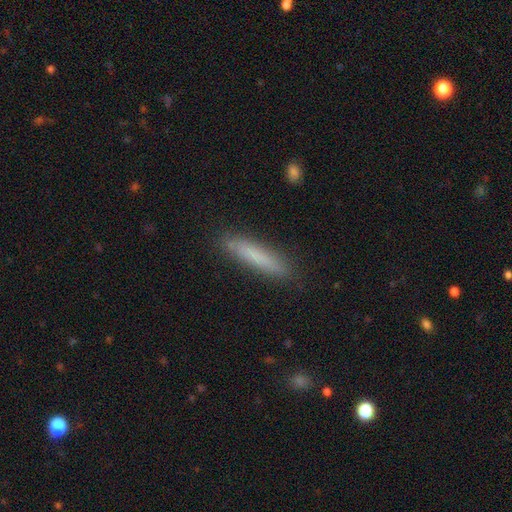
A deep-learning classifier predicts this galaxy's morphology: type=smooth (78%); roundness=cigar-shaped (89%); merging=none (87%).